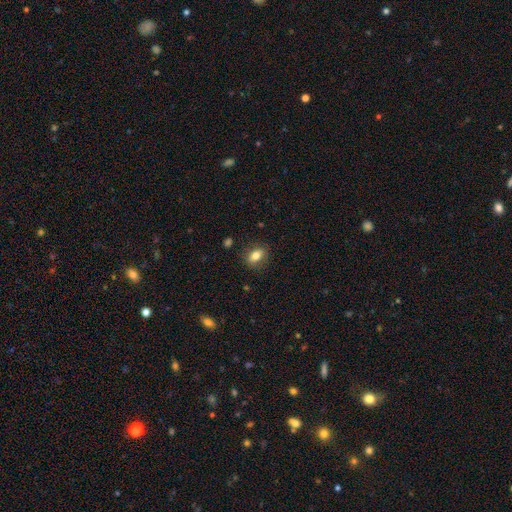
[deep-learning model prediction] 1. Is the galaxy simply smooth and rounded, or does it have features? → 77% smooth, 14% featured or disk, 9% star or artifact.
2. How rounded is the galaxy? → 75% in between, 21% round, 3% cigar-shaped.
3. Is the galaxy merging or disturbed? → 83% none, 12% minor disturbance, 3% major disturbance, 1% merger.